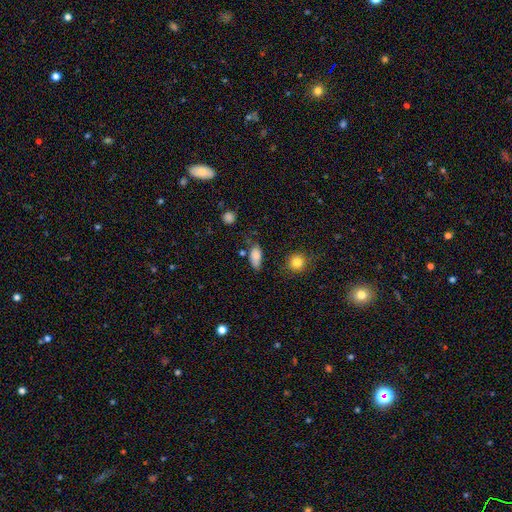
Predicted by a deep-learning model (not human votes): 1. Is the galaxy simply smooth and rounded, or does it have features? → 81% smooth, 10% featured or disk, 9% star or artifact.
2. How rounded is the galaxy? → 88% in between, 7% cigar-shaped, 5% round.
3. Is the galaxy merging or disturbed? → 63% none, 25% minor disturbance, 7% major disturbance, 6% merger.